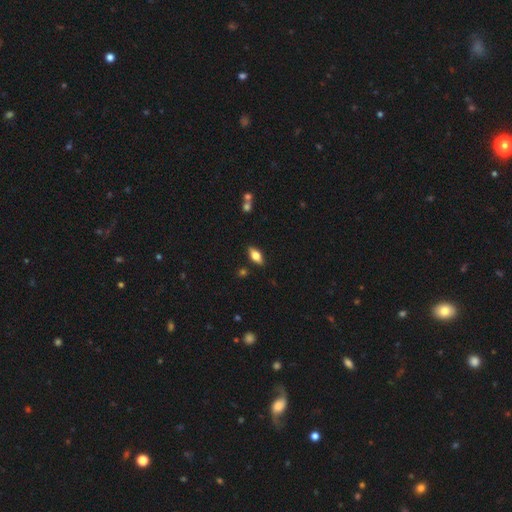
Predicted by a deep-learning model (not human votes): Smooth or featured?
  - smooth: 63% *
  - featured or disk: 29%
  - star or artifact: 8%
How rounded?
  - in between: 84% *
  - cigar-shaped: 12%
  - round: 4%
Merging?
  - none: 85% *
  - minor disturbance: 10%
  - major disturbance: 2%
  - merger: 2%